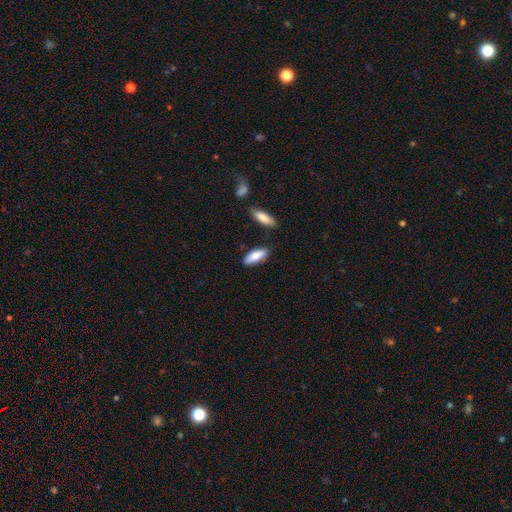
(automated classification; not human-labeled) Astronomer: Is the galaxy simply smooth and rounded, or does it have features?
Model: smooth — 82%.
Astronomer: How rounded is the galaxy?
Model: in between — 68%.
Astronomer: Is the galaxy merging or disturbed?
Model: none — 79%.